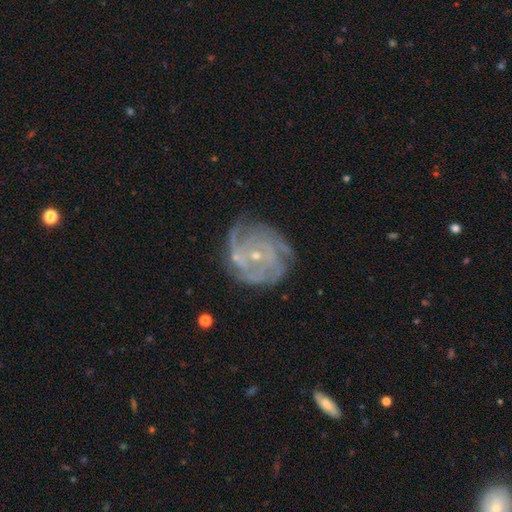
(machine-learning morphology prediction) A featured or disk galaxy (83%) with no bar (70%), can't tell (26%, tied with 4) tight (62%) spiral arms (94%) and a small central bulge (80%).

Vote fractions:
- Smooth or featured? featured or disk: 83% / star or artifact: 9% / smooth: 8%
- Edge-on disk? no: 97% / yes: 3%
- Bar? no: 70% / weak: 24% / strong: 6%
- Spiral arms? yes: 94% / no: 6%
- Spiral winding? tight: 62% / medium: 31% / loose: 7%
- Spiral arm count? can't tell: 26% (tied) / 4: 26% (tied) / 3: 22% / 2: 11% / more than 4: 9% / 1: 7%
- Bulge size? small: 80% / moderate: 16% / none: 2% / large: 1% / dominant: 1%
- Merging? none: 71% / minor disturbance: 19% / major disturbance: 8% / merger: 3%